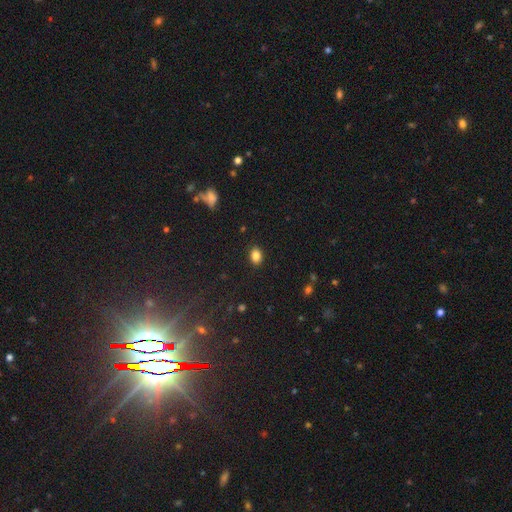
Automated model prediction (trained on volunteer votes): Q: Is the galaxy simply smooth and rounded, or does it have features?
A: smooth — 85%.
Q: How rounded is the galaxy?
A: in between — 70%.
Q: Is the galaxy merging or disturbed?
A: none — 88%.